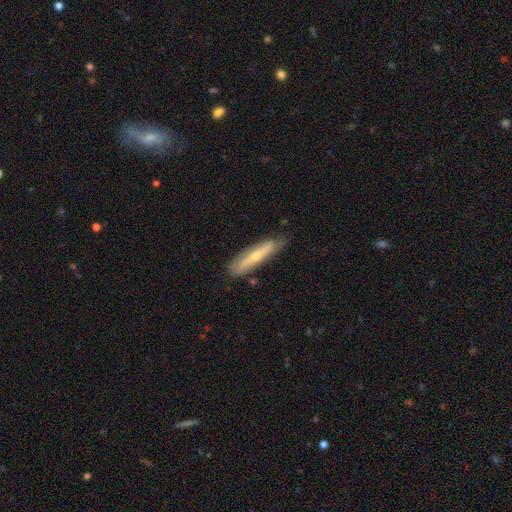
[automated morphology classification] type=featured or disk (51%); edge-on=yes (66%); merging=none (77%).